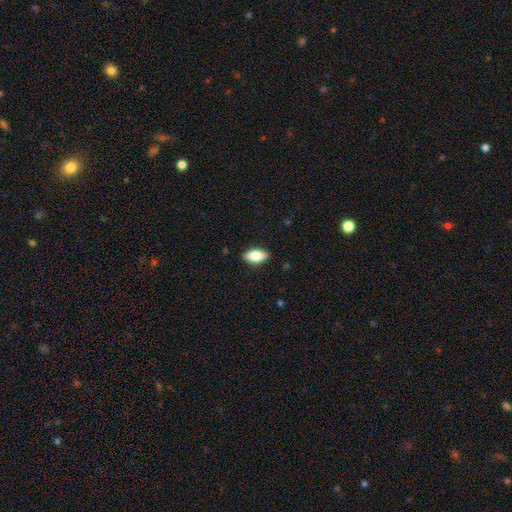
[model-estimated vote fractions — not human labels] Smooth or featured: smooth — 75% (featured or disk — 18%)
How rounded: in between — 87% (cigar-shaped — 9%)
Merging: none — 87% (minor disturbance — 10%)